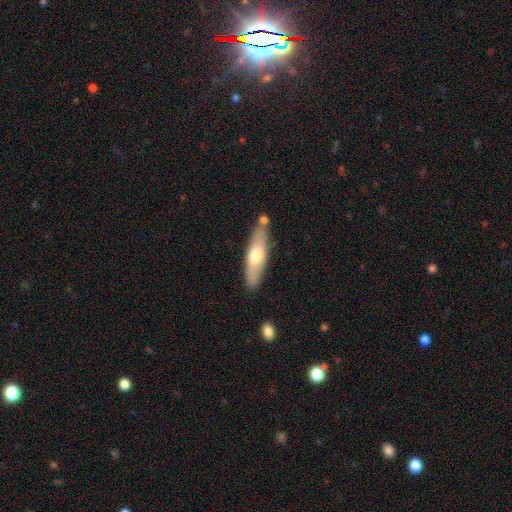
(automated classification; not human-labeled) A smooth galaxy with no disk features (56%) that is cigar-shaped (71%). Merging: none (78%).